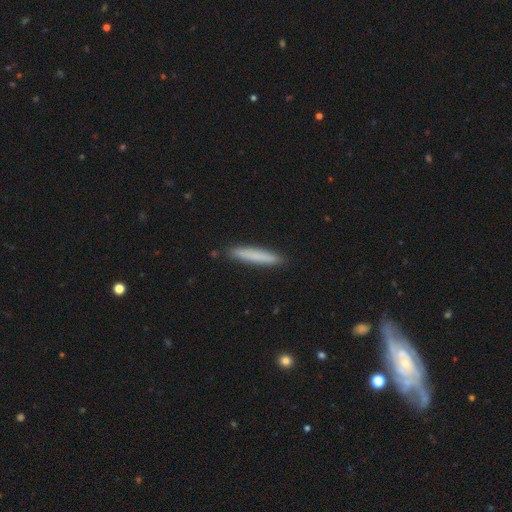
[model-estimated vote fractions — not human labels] Overall: smooth (79%). How rounded: cigar-shaped (94%). Merging: none (91%).